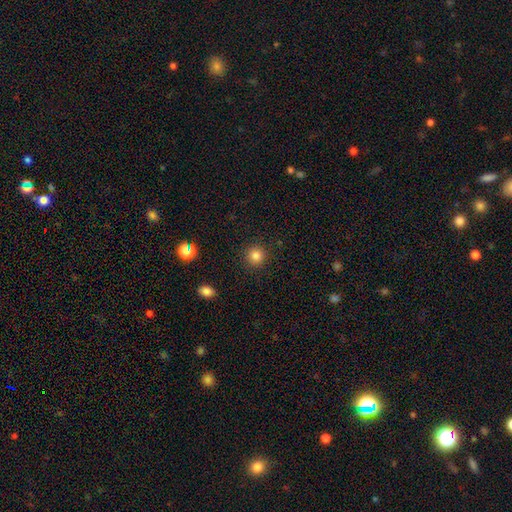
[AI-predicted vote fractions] Smooth or featured? smooth (84%)
How rounded? round (94%)
Merging? none (91%)